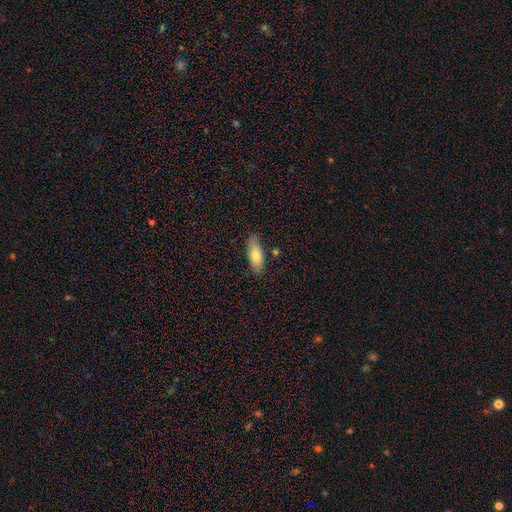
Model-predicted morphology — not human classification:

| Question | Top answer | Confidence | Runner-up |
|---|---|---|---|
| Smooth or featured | smooth | 78% | featured or disk (16%) |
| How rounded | in between | 78% | cigar-shaped (20%) |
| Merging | none | 78% | minor disturbance (16%) |